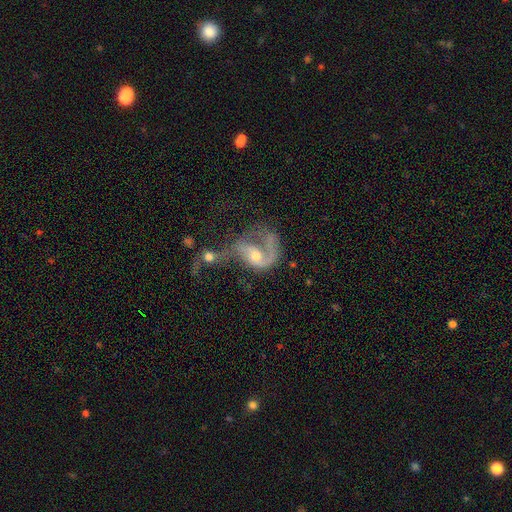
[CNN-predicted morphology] Overall: featured or disk (78%). Edge-on disk: no (97%). Bar: no (57%; weak 34%). Spiral arms: yes (83%). Spiral arm count: 1 (48%; 2 38%). Spiral winding: loose (50%; medium 35%). Bulge size: moderate (56%; small 33%). Merging: merger (44%; major disturbance 31%).